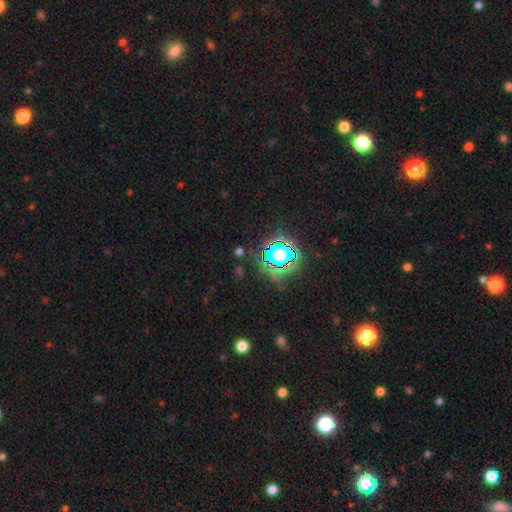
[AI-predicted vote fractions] This appears to be a star or artifact, not a galaxy (77%).